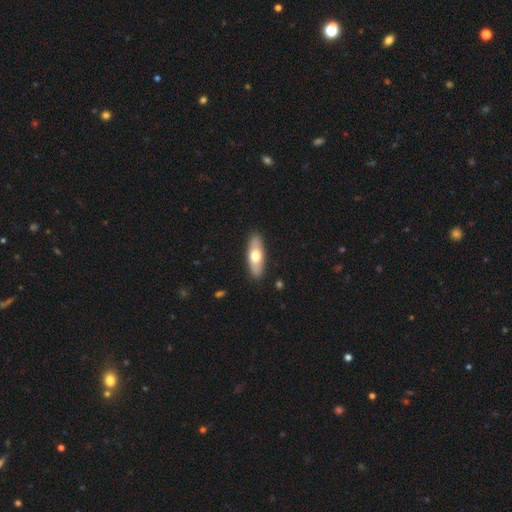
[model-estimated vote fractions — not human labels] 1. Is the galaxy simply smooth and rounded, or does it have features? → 60% smooth, 35% featured or disk, 5% star or artifact.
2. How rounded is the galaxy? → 67% in between, 30% cigar-shaped, 3% round.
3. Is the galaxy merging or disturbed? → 89% none, 8% minor disturbance, 2% major disturbance, 1% merger.